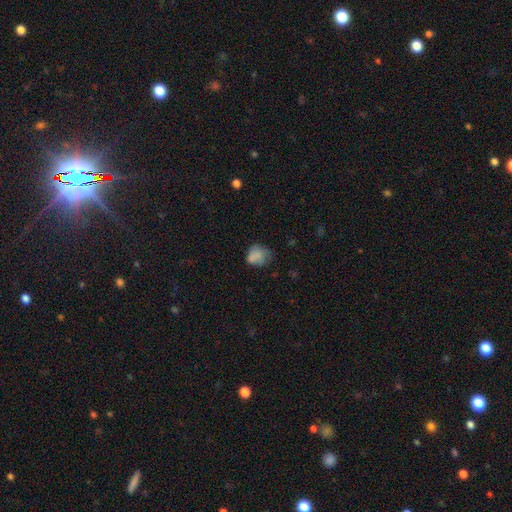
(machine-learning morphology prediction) A smooth galaxy with no disk features (77%) that is round (60%).

Vote fractions:
- Smooth or featured? smooth: 77% / featured or disk: 12% / star or artifact: 11%
- How rounded? round: 60% / in between: 39% / cigar-shaped: 1%
- Merging? none: 48% / minor disturbance: 33% / major disturbance: 16% / merger: 3%